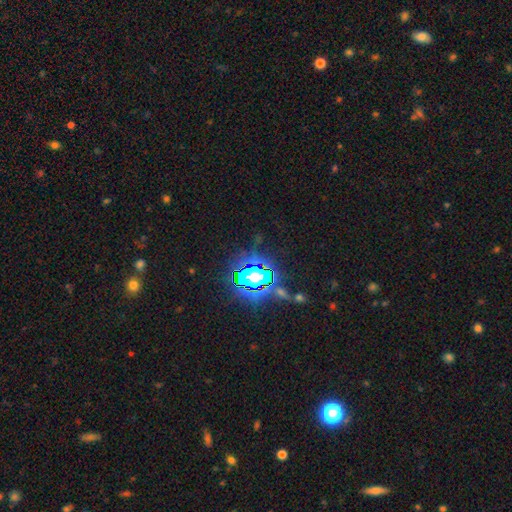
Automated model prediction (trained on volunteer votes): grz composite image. It shows a star or artifact, not a galaxy (76%).